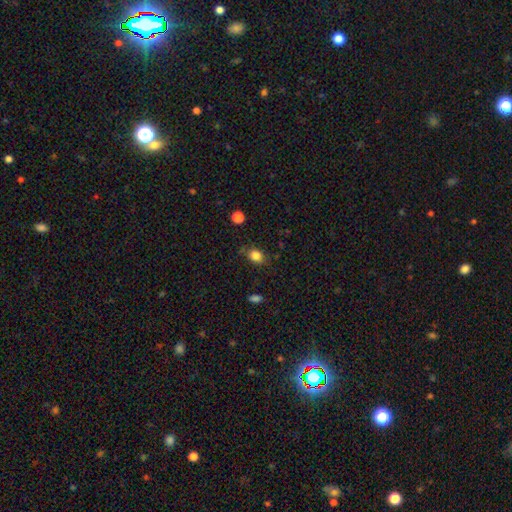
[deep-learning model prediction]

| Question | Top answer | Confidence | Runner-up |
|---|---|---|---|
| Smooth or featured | smooth | 83% | star or artifact (11%) |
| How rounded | in between | 58% | round (40%) |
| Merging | none | 74% | minor disturbance (18%) |